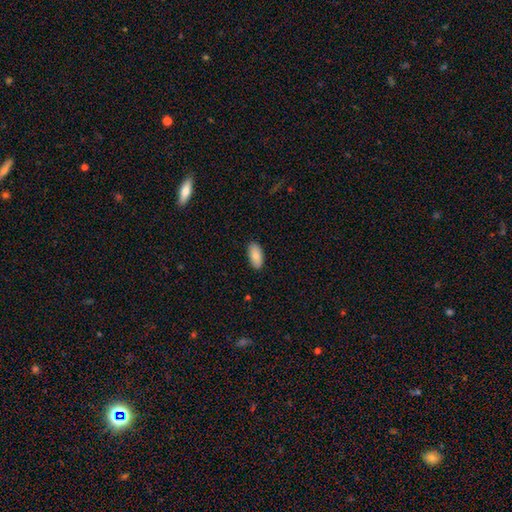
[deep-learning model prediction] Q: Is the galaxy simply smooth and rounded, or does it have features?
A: smooth — 85%.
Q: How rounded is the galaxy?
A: in between — 93%.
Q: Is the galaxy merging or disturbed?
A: none — 89%.